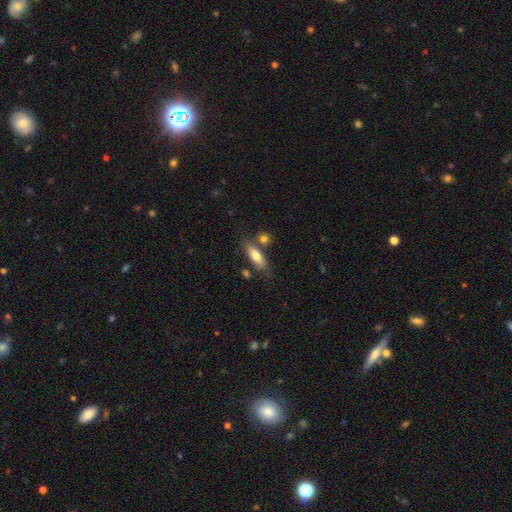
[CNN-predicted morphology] Smooth or featured? Predicted: smooth (p=0.69). How rounded? Predicted: in between (p=0.55). Merging? Predicted: none (p=0.68).